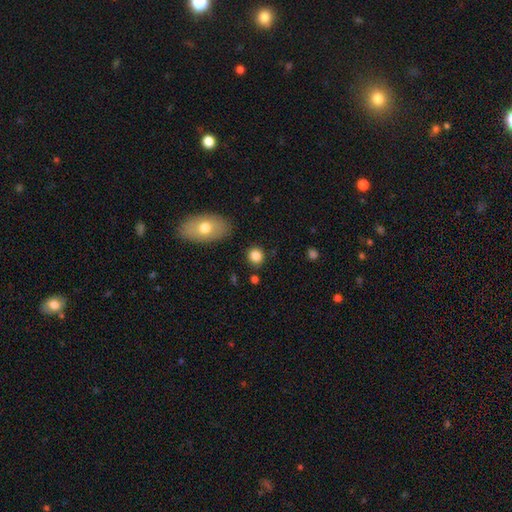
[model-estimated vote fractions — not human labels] Q: Smooth or featured?
A: smooth (85%); runner-up: star or artifact (10%)
Q: How rounded?
A: round (83%); runner-up: in between (15%)
Q: Merging?
A: none (86%); runner-up: minor disturbance (8%)